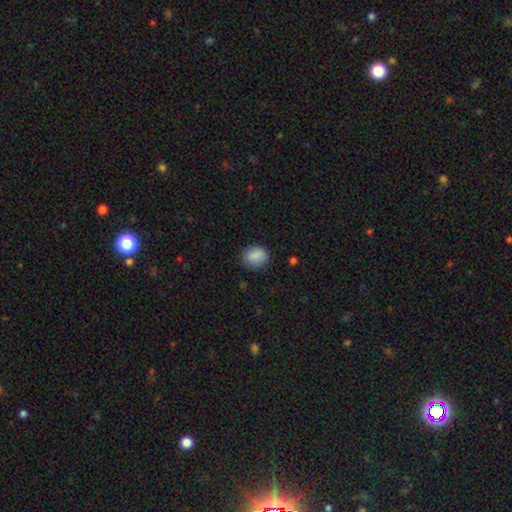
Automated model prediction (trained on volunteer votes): The model was most divided on "how rounded": round: 58%, in between: 41%, cigar-shaped: 1%. More confident: smooth or featured — smooth (87%); merging — none (82%).